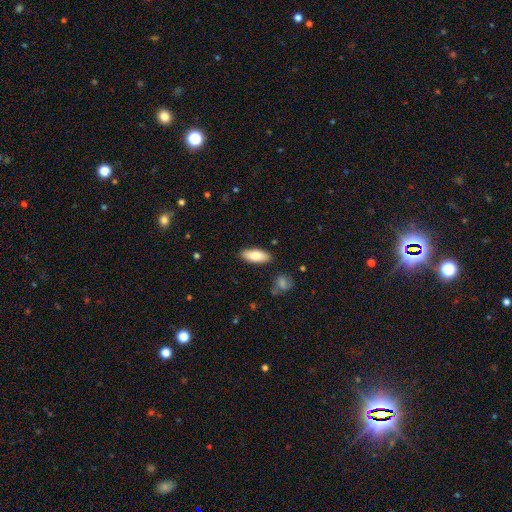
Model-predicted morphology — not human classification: type=smooth (81%); roundness=in between (77%); merging=none (87%).